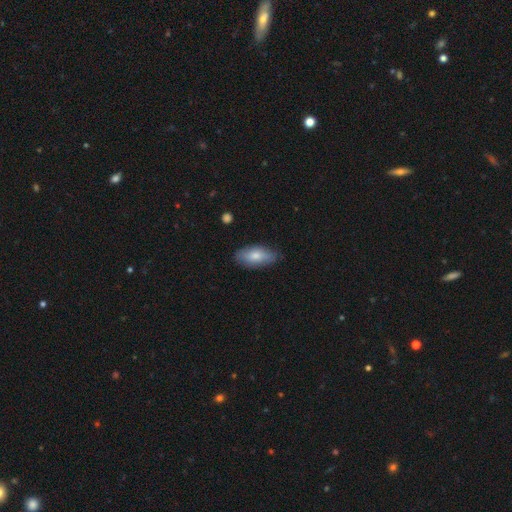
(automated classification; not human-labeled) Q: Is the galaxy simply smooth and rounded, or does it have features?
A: smooth — 76%.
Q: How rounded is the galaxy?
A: in between — 88%.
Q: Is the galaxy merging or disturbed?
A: none — 80%.